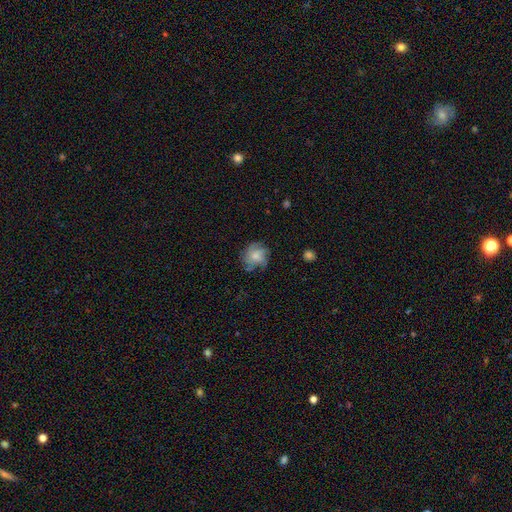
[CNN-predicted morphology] featured or disk 50%, smooth 40%, star or artifact 10%. Down the decision tree: edge-on disk — no (97%); merging — none (69%).